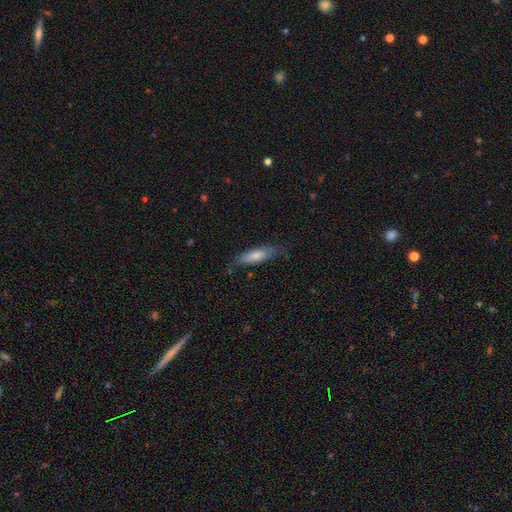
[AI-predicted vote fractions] This appears to be a smooth galaxy with no disk features (71%) that is cigar-shaped (50%). Merging: none (69%).